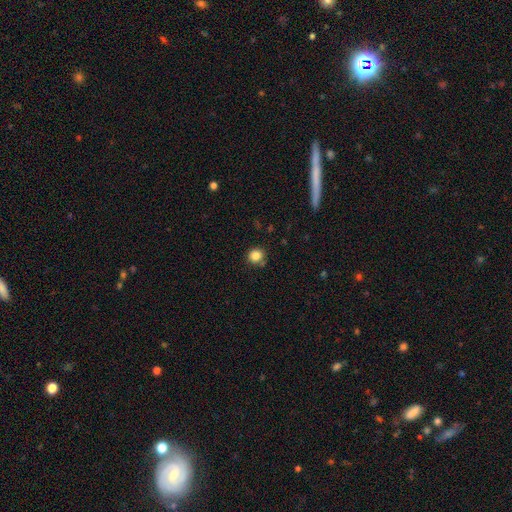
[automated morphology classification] Smooth or featured? Predicted: smooth (p=0.84). How rounded? Predicted: round (p=0.90). Merging? Predicted: none (p=0.82).